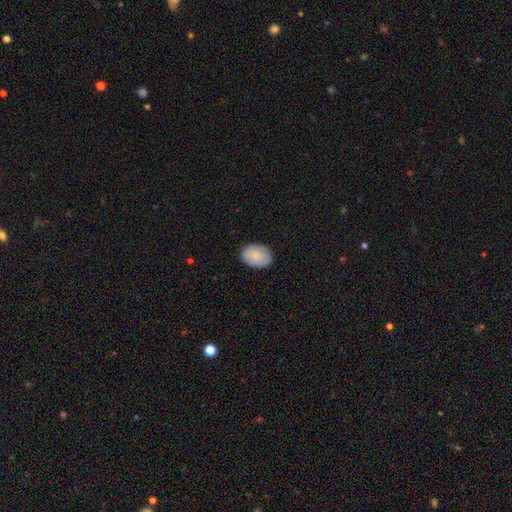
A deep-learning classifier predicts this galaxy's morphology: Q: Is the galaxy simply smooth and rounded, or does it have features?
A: smooth — 85%.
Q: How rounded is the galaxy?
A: in between — 75%.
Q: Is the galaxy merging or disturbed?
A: none — 86%.